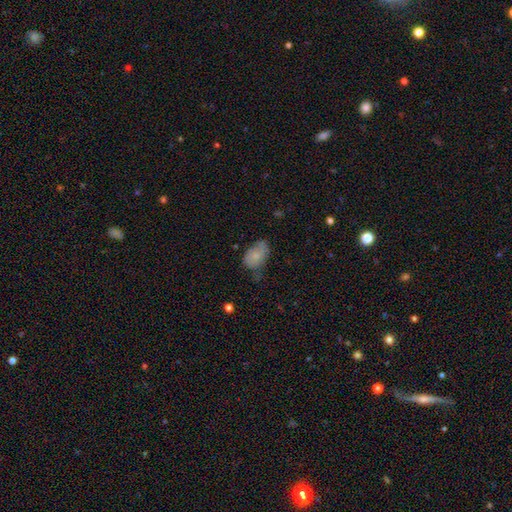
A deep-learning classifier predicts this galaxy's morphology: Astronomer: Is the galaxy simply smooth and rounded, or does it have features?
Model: smooth — 70%.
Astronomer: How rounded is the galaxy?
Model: in between — 88%.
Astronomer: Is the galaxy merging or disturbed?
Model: none — 47% (runner-up: minor disturbance, 38%).